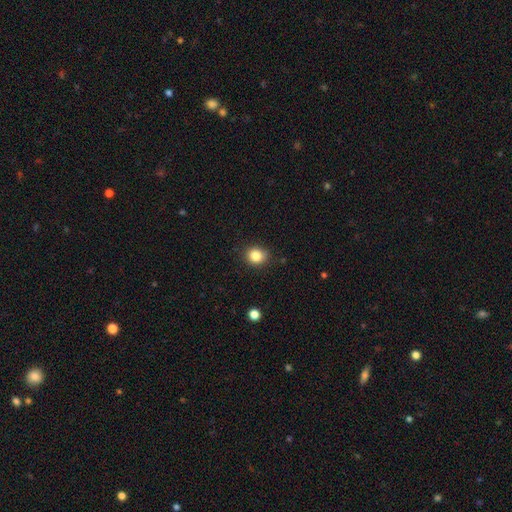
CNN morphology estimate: type=smooth (84%); roundness=round (77%); merging=none (85%).